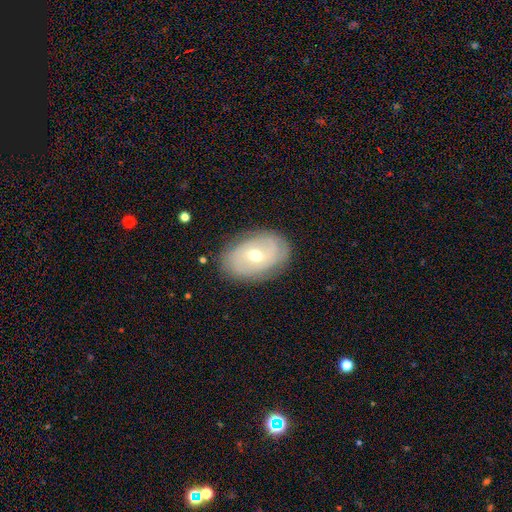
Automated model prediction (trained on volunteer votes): Smooth or featured: featured or disk — 63% (smooth — 29%)
Edge-on disk: no — 93% (yes — 7%)
Bar: weak — 44% (no — 43%)
Spiral arms: yes — 68% (no — 32%)
Bulge size: moderate — 63% (small — 32%)
Merging: none — 81% (minor disturbance — 14%)